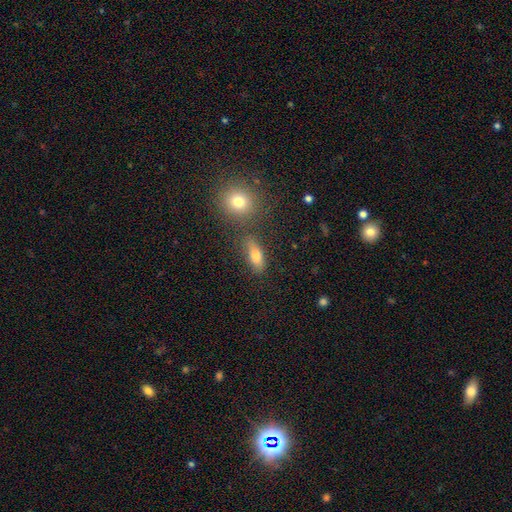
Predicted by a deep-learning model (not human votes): Morphology: type=smooth (75%); roundness=in between (67%); merging=none (73%).